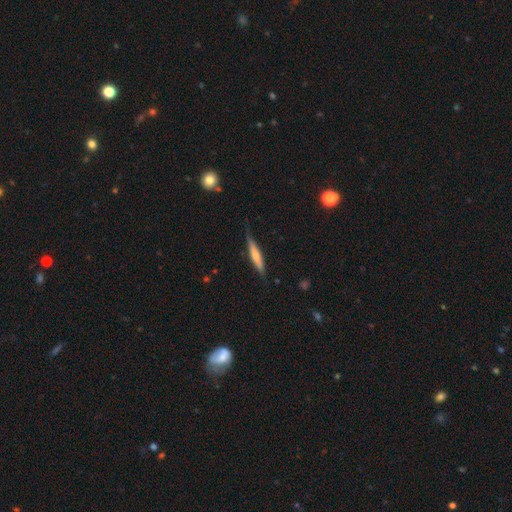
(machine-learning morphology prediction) A smooth galaxy with no disk features (56%) that is cigar-shaped (90%).

Vote fractions:
- Smooth or featured? smooth: 56% / featured or disk: 39% / star or artifact: 5%
- How rounded? cigar-shaped: 90% / in between: 8% / round: 1%
- Merging? none: 73% / minor disturbance: 22% / major disturbance: 4% / merger: 2%